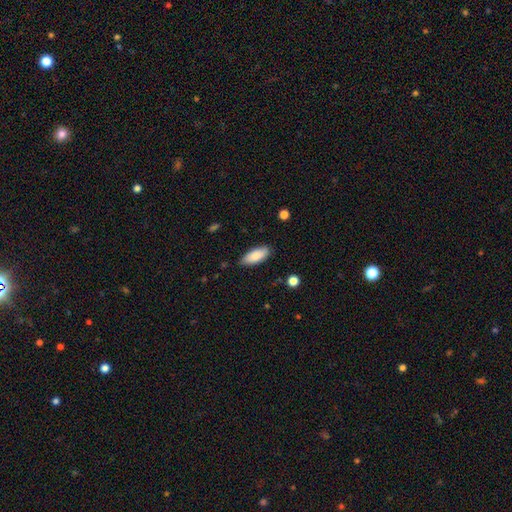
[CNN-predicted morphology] Smooth or featured? smooth (85%)
How rounded? in between (82%)
Merging? none (84%)